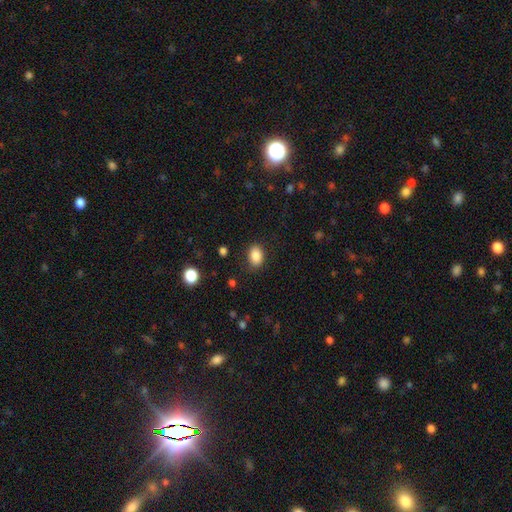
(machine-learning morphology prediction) type=smooth (86%); roundness=in between (76%); merging=none (84%).